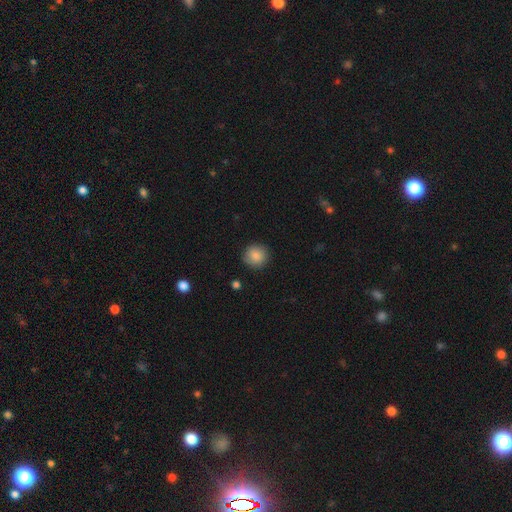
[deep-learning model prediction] Morphology: type=smooth (87%); roundness=round (91%); merging=none (88%).